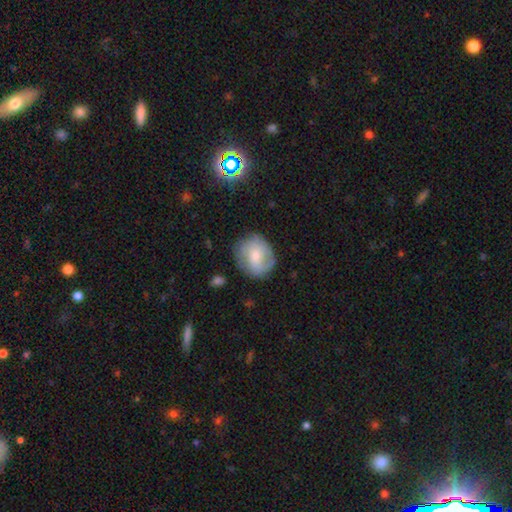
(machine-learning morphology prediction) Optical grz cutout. It shows a featured or disk galaxy (53%) with no bar (60%), spiral arms (82%) and a small central bulge (48%). Merging: none (73%).